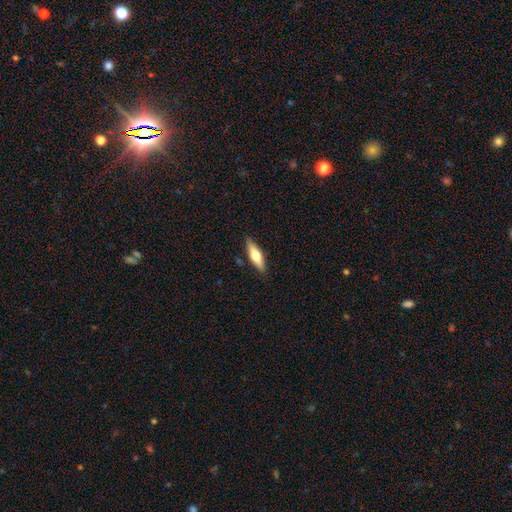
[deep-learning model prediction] A smooth galaxy with no disk features (55%) that is cigar-shaped (59%).

Vote fractions:
- Smooth or featured? smooth: 55% / featured or disk: 40% / star or artifact: 6%
- How rounded? cigar-shaped: 59% / in between: 39% / round: 2%
- Merging? none: 86% / minor disturbance: 10% / major disturbance: 2% / merger: 2%